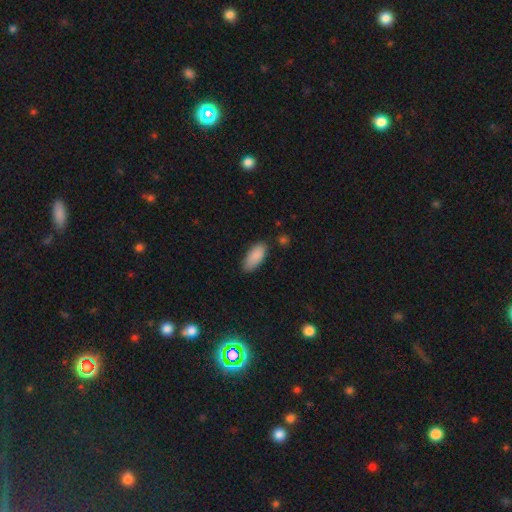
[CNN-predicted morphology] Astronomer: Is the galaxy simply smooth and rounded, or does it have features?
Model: smooth — 88%.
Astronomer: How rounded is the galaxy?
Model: in between — 87%.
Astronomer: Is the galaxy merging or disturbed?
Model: none — 75%.